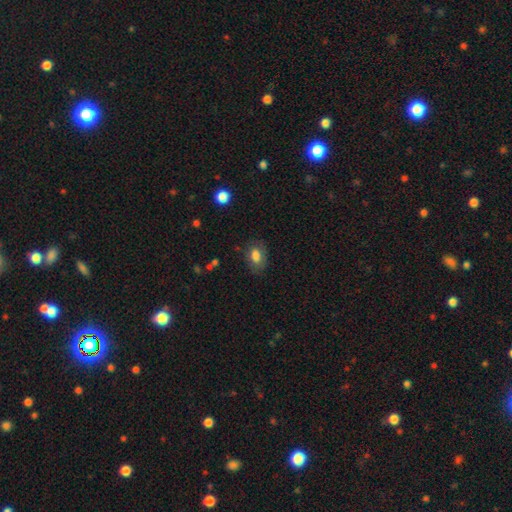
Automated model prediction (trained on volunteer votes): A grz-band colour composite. It shows a smooth galaxy with no disk features (76%) that is in between round and cigar-shaped (85%). Merging: none (73%).